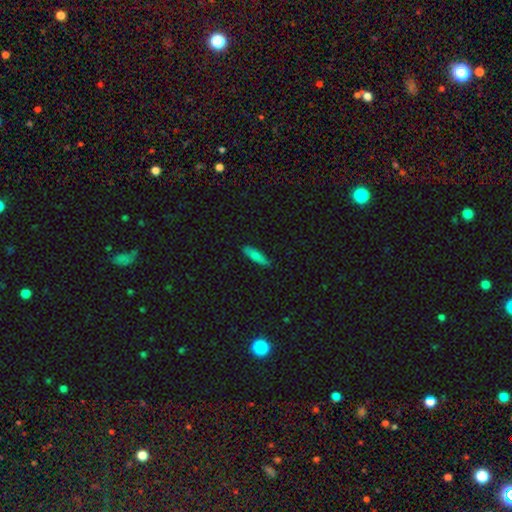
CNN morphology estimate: Overall: smooth (77%). How rounded: cigar-shaped (68%; in between 30%). Merging: none (85%).